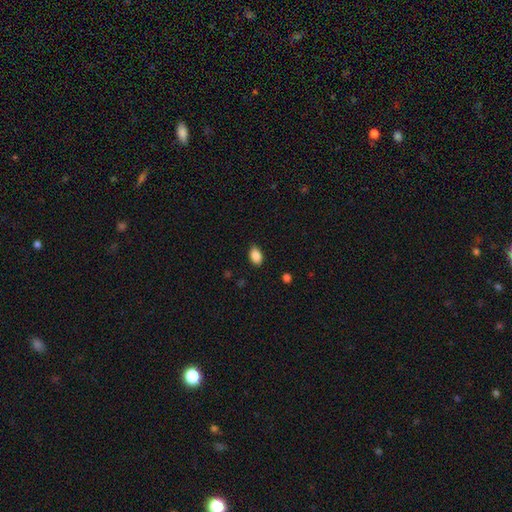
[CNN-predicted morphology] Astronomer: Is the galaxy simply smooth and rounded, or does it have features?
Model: smooth — 88%.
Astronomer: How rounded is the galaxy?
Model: in between — 89%.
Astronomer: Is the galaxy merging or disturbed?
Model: none — 83%.